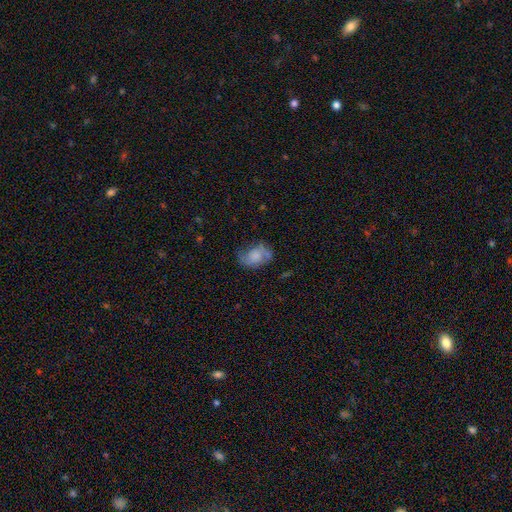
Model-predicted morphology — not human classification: The model was most divided on "smooth or featured": featured or disk: 47%, smooth: 44%, star or artifact: 9%. More confident: merging — none (59%).